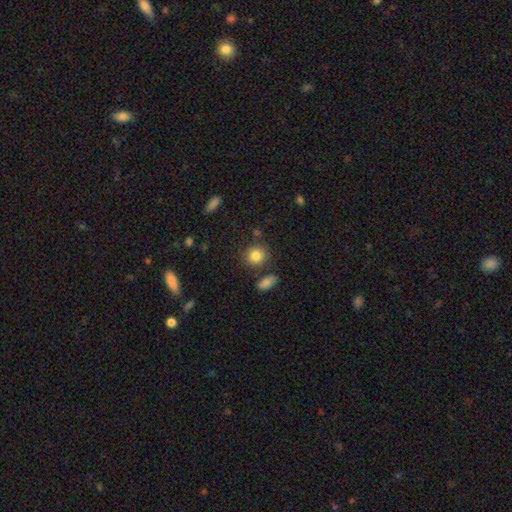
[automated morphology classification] Smooth or featured? Predicted: smooth (p=0.83). How rounded? Predicted: round (p=0.84). Merging? Predicted: none (p=0.79).